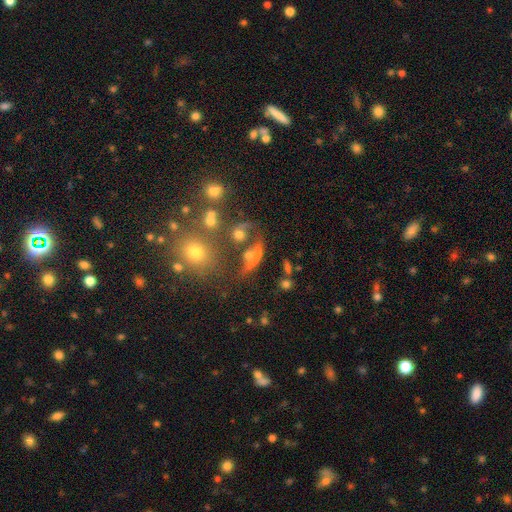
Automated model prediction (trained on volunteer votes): Overall: smooth (51%; featured or disk 33%). How rounded: cigar-shaped (43%; in between 35%). Merging: none (36%; merger 33%).